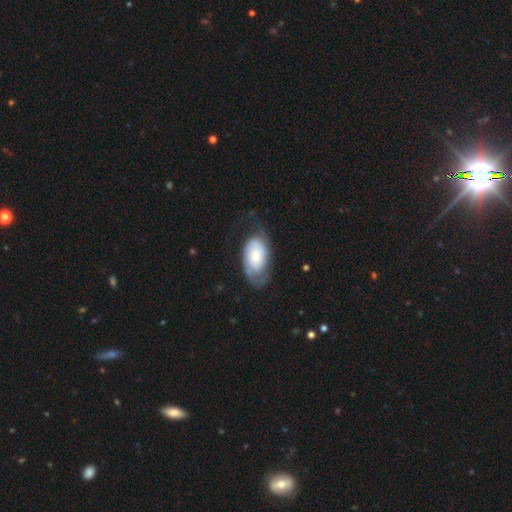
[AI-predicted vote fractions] Smooth or featured? featured or disk (50%)
Edge-on disk? no (94%)
Merging? none (47%)